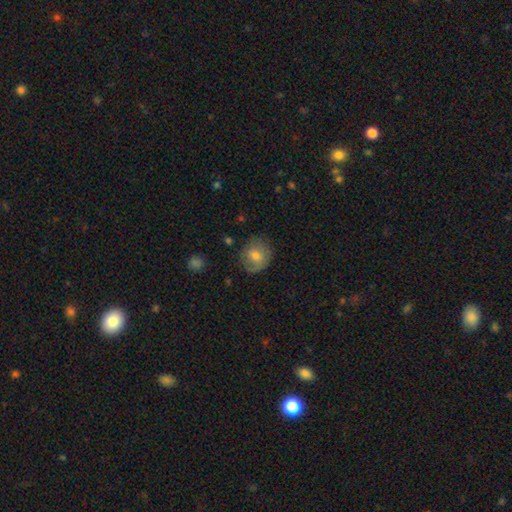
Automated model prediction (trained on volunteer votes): Smooth or featured?
  - smooth: 71% *
  - featured or disk: 21%
  - star or artifact: 8%
How rounded?
  - round: 79% *
  - in between: 20%
  - cigar-shaped: 1%
Merging?
  - none: 69% *
  - minor disturbance: 22%
  - major disturbance: 7%
  - merger: 2%